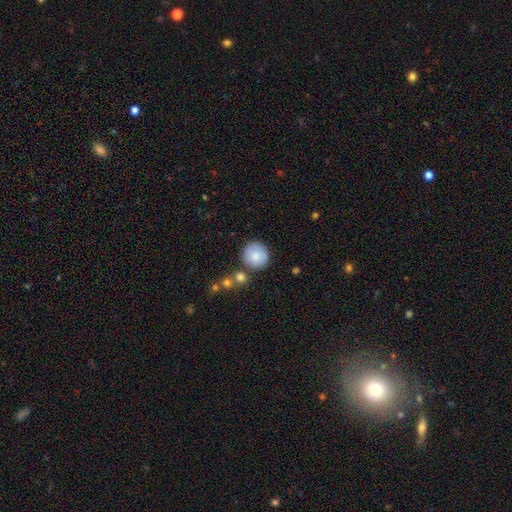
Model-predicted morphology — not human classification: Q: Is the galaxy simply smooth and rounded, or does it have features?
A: smooth — 84%.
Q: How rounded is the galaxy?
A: round — 93%.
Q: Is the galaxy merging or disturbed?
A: none — 78%.